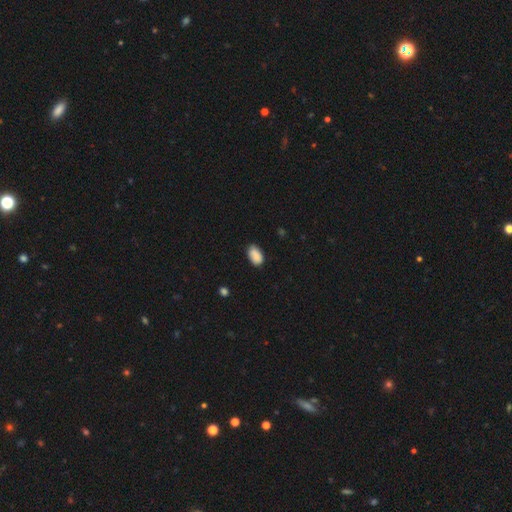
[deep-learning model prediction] Smooth or featured?
  - smooth: 87% *
  - star or artifact: 7%
  - featured or disk: 6%
How rounded?
  - in between: 92% *
  - round: 6%
  - cigar-shaped: 1%
Merging?
  - none: 75% *
  - minor disturbance: 21%
  - major disturbance: 3%
  - merger: 1%